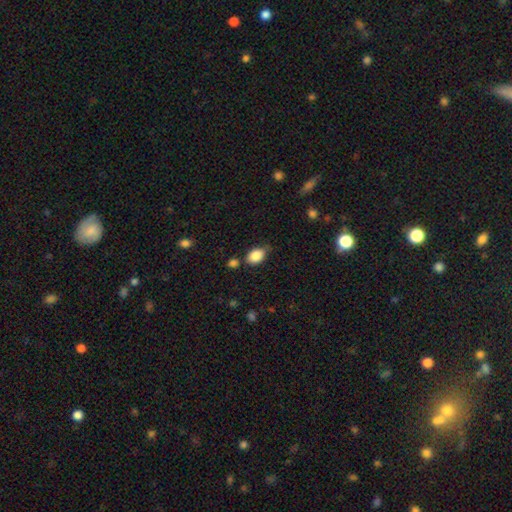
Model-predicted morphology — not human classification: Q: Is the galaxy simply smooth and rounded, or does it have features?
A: smooth — 86%.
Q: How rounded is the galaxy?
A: in between — 82%.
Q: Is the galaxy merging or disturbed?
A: none — 64%.